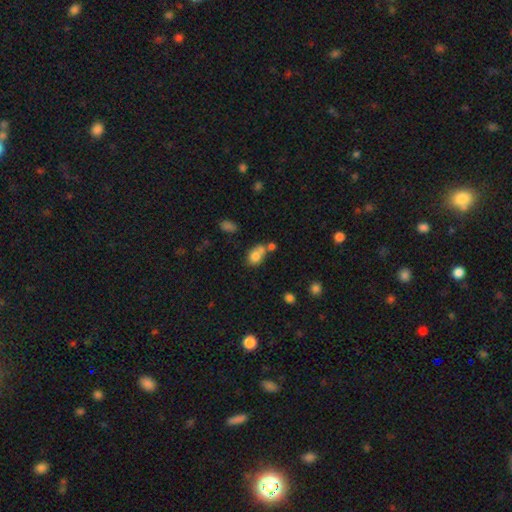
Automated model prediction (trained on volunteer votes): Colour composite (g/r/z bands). It shows a smooth galaxy with no disk features (76%) that is in between round and cigar-shaped (63%). Merging: merger (45%).